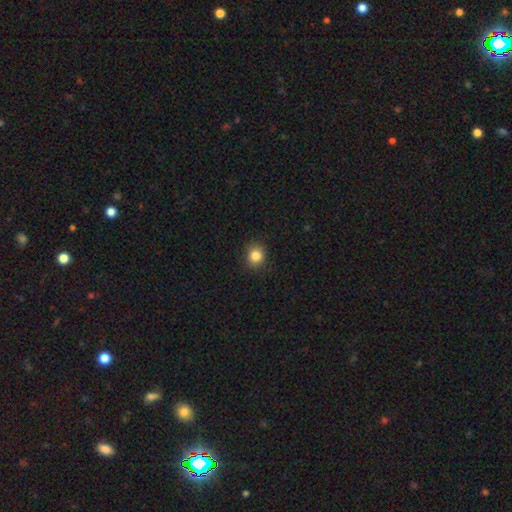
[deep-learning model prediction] Morphology: type=smooth (85%); roundness=round (79%); merging=none (89%).